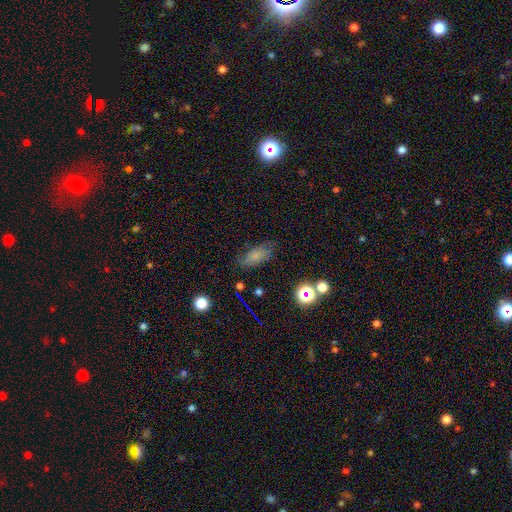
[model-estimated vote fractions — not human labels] This is likely a smooth galaxy (75%). How rounded: clearly in between (83%). Merging: likely none (76%).